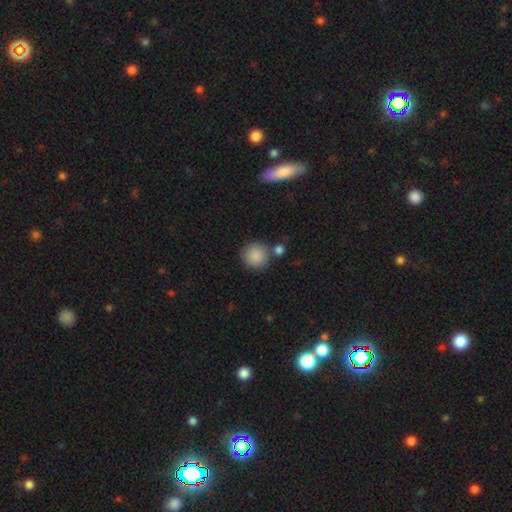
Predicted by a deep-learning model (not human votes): smooth_or_featured: smooth (p=0.88) [alt: star or artifact p=0.07]
how_rounded: round (p=0.92) [alt: in between p=0.07]
merging: none (p=0.73) [alt: merger p=0.14]